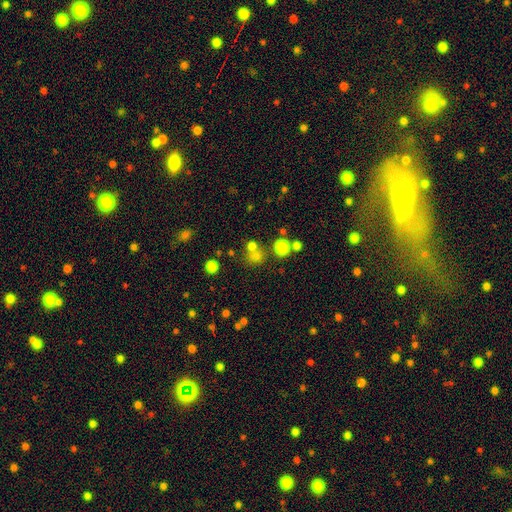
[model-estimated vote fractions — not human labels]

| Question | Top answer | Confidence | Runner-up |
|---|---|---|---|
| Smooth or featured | smooth | 69% | star or artifact (22%) |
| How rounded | round | 82% | in between (17%) |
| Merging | none | 60% | merger (26%) |